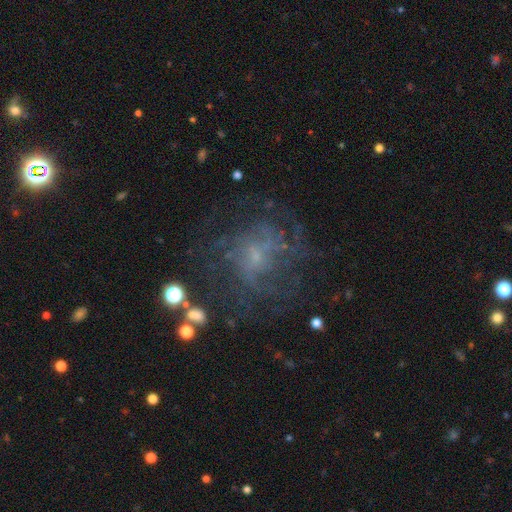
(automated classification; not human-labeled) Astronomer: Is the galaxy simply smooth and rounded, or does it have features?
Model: featured or disk — 64%.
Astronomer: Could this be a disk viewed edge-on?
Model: no — 98%.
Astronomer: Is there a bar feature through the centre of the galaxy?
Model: no — 70%.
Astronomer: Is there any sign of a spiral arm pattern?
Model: yes — 69%.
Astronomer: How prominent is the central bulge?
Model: small — 64%.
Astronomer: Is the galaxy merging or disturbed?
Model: none — 62%.